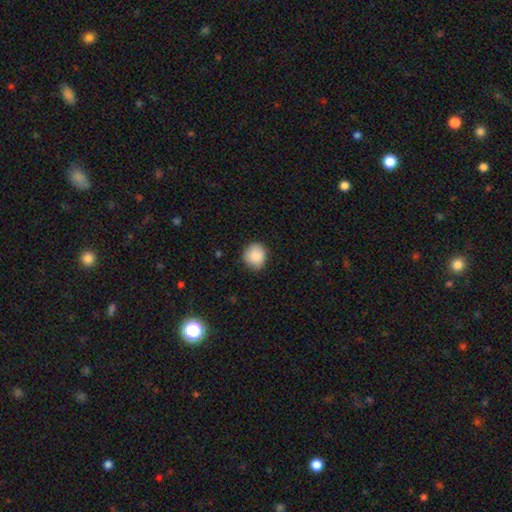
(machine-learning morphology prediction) Smooth or featured? smooth (88%)
How rounded? round (85%)
Merging? none (80%)